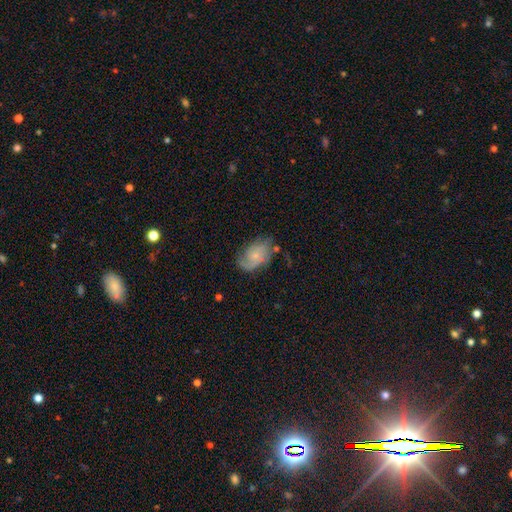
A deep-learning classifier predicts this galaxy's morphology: Smooth or featured?
  - featured or disk: 60% *
  - smooth: 32%
  - star or artifact: 7%
Edge-on disk?
  - no: 97% *
  - yes: 3%
Bar?
  - no: 73% *
  - weak: 24%
  - strong: 3%
Spiral arms?
  - yes: 88% *
  - no: 12%
Spiral winding?
  - medium: 42% *
  - tight: 32%
  - loose: 27%
Spiral arm count?
  - 2: 47% *
  - can't tell: 22%
  - 1: 17%
  - 3: 9%
  - 4: 3%
  - more than 4: 2%
Bulge size?
  - small: 66% *
  - moderate: 19%
  - none: 13%
  - large: 2%
  - dominant: 1%
Merging?
  - none: 59% *
  - minor disturbance: 26%
  - major disturbance: 12%
  - merger: 3%